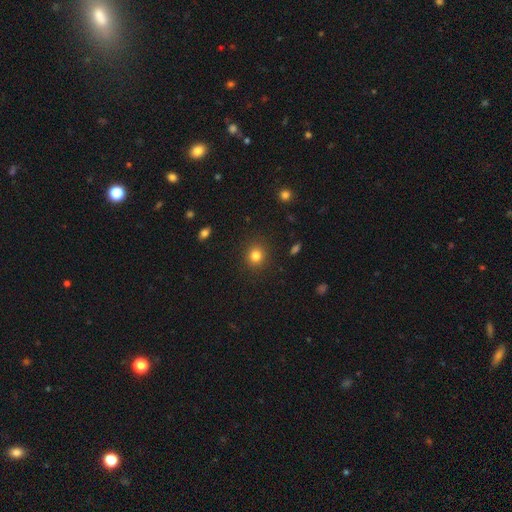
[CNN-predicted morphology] smooth_or_featured: smooth (p=0.82) [alt: star or artifact p=0.12]
how_rounded: round (p=0.85) [alt: in between p=0.14]
merging: none (p=0.90) [alt: minor disturbance p=0.06]